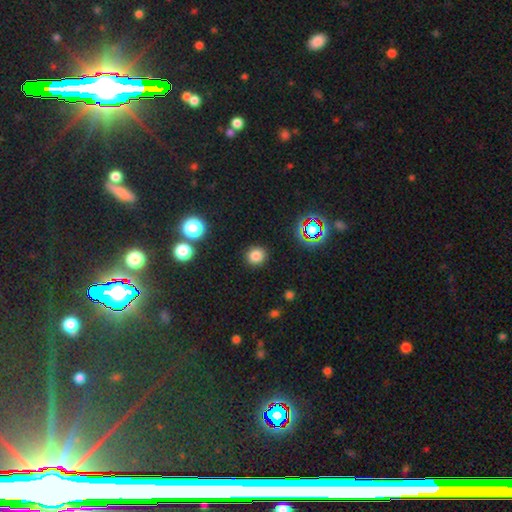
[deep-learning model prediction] Smooth or featured: smooth — 79% (star or artifact — 16%)
How rounded: round — 89% (in between — 10%)
Merging: none — 90% (minor disturbance — 6%)